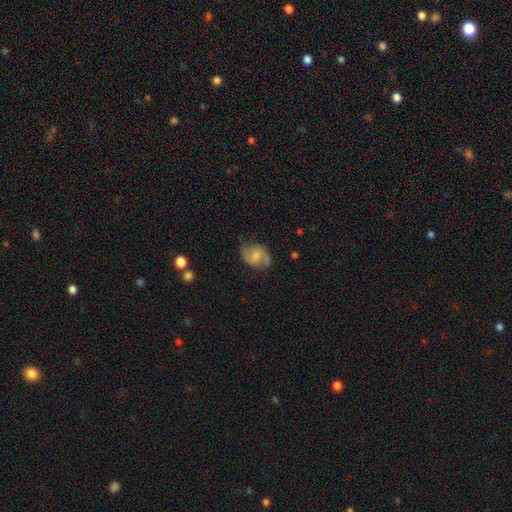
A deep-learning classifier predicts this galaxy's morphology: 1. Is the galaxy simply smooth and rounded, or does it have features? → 59% featured or disk, 33% smooth, 8% star or artifact.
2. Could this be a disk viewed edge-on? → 97% no, 3% yes.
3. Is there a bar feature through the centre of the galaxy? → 47% weak, 42% no, 11% strong.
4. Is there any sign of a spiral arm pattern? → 89% yes, 11% no.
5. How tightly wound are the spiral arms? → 47% medium, 36% loose, 17% tight.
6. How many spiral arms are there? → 87% 2, 7% can't tell, 3% 1, 1% 3, 1% 4, 1% more than 4.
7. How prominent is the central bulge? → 39% moderate, 34% small, 18% none, 7% large, 2% dominant.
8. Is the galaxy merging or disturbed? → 69% none, 22% minor disturbance, 7% major disturbance, 2% merger.